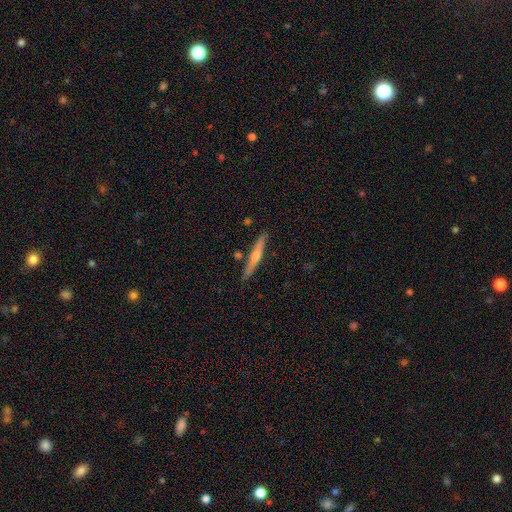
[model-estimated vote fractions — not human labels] This is possibly a featured or disk galaxy (59%). It is clearly viewed edge-on (97%). Edge-on bulge: clearly rounded (81%). Merging: clearly none (84%).